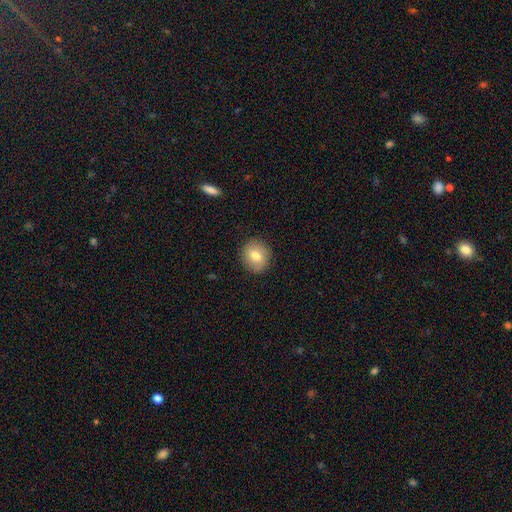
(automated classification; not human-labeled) Morphology: type=smooth (76%); roundness=round (81%); merging=none (89%).